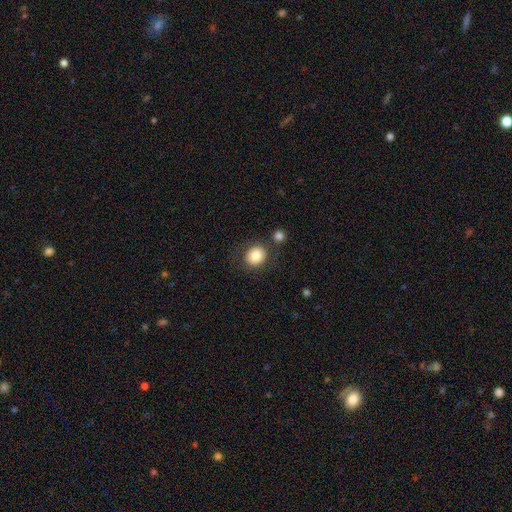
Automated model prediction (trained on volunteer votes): smooth-or-featured: smooth: 82% | star or artifact: 9% | featured or disk: 9%
  how-rounded: round: 76% | in between: 23% | cigar-shaped: 1%
  merging: none: 76% | minor disturbance: 11% | merger: 9% | major disturbance: 5%